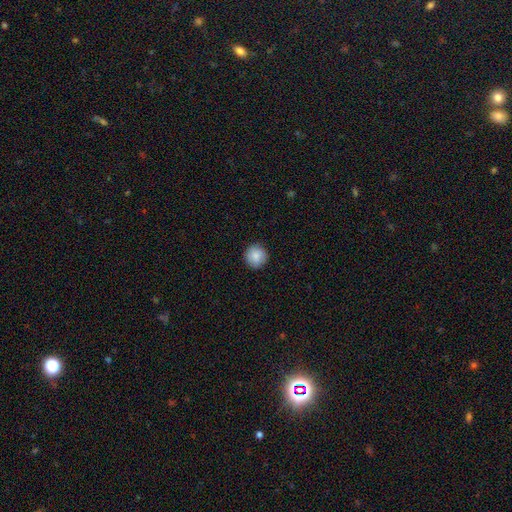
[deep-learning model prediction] A smooth galaxy with no disk features (86%) that is round (95%). Merging: none (90%).